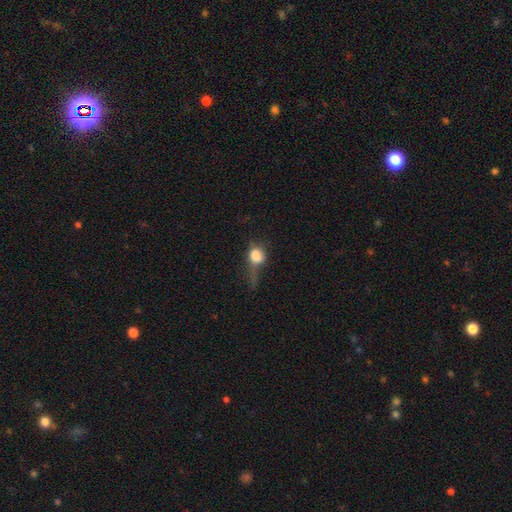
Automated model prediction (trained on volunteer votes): This appears to be a smooth galaxy with no disk features (70%) that is round (54%). Merging: major disturbance (40%).